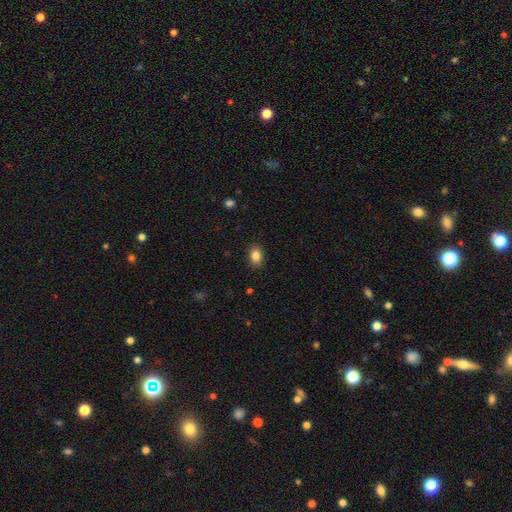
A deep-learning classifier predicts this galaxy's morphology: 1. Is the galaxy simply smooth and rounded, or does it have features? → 85% smooth, 9% star or artifact, 6% featured or disk.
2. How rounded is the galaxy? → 71% in between, 27% round, 1% cigar-shaped.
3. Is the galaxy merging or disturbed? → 89% none, 8% minor disturbance, 2% major disturbance, 1% merger.